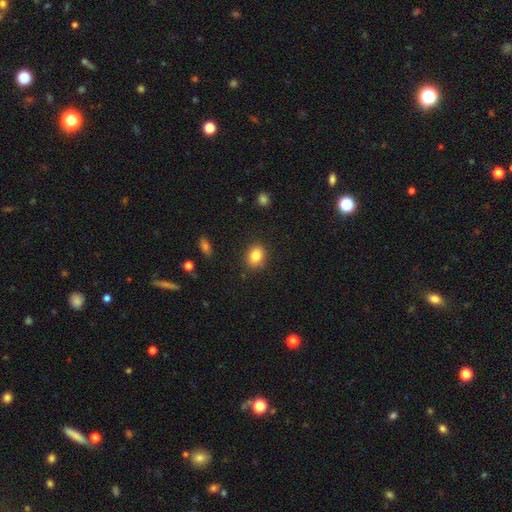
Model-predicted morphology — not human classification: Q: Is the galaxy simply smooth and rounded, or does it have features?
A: smooth — 83%.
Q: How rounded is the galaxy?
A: in between — 56%.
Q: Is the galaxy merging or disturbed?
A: none — 87%.